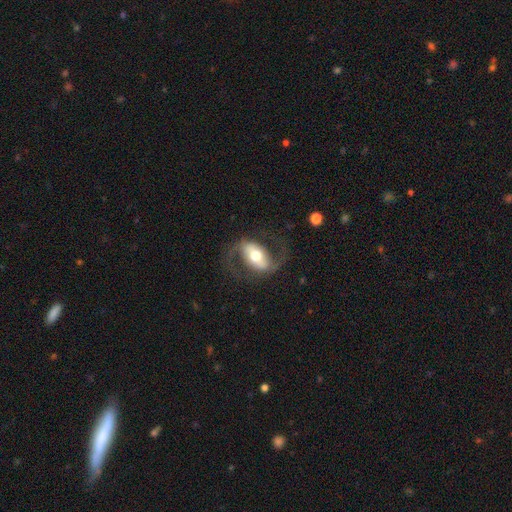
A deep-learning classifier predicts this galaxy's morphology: Smooth or featured? featured or disk (80%)
Edge-on disk? no (96%)
Bar? strong (45%)
Spiral arms? yes (89%)
Spiral winding? loose (48%)
Spiral arm count? 2 (92%)
Bulge size? moderate (67%)
Merging? none (72%)